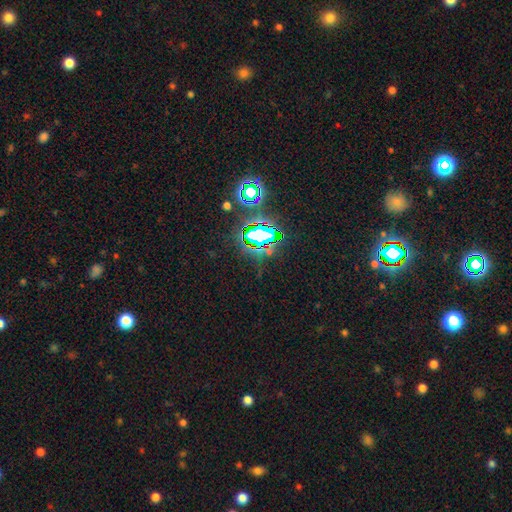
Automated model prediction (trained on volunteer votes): Overall: star or artifact (80%).